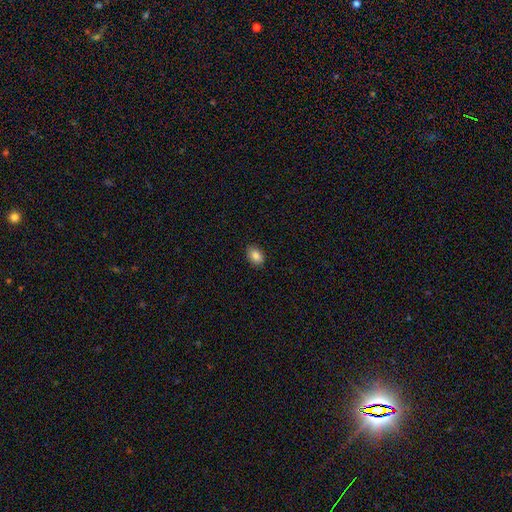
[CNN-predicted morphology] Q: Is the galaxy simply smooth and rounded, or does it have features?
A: smooth — 86%.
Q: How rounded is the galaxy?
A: in between — 82%.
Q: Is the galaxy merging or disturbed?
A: none — 87%.